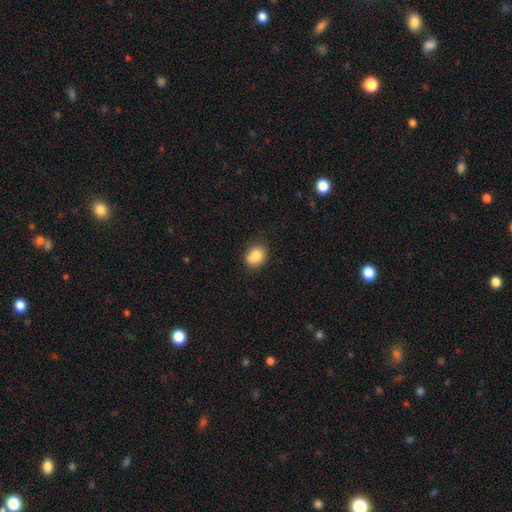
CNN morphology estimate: smooth_or_featured: smooth (p=0.82) [alt: star or artifact p=0.09]
how_rounded: round (p=0.68) [alt: in between p=0.31]
merging: none (p=0.71) [alt: minor disturbance p=0.18]